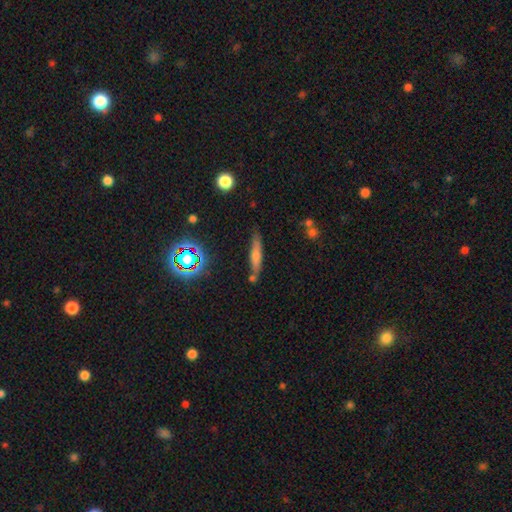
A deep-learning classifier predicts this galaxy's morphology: A smooth galaxy with no disk features (54%) that is cigar-shaped (85%).

Vote fractions:
- Smooth or featured? smooth: 54% / featured or disk: 33% / star or artifact: 13%
- How rounded? cigar-shaped: 85% / in between: 12% / round: 3%
- Merging? none: 75% / minor disturbance: 14% / merger: 7% / major disturbance: 3%